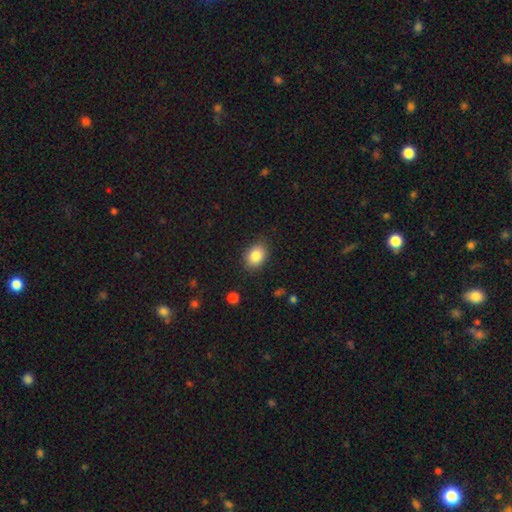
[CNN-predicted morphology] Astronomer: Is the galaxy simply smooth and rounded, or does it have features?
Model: smooth — 85%.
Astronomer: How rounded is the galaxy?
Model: in between — 68%.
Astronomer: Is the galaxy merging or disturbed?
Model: none — 85%.